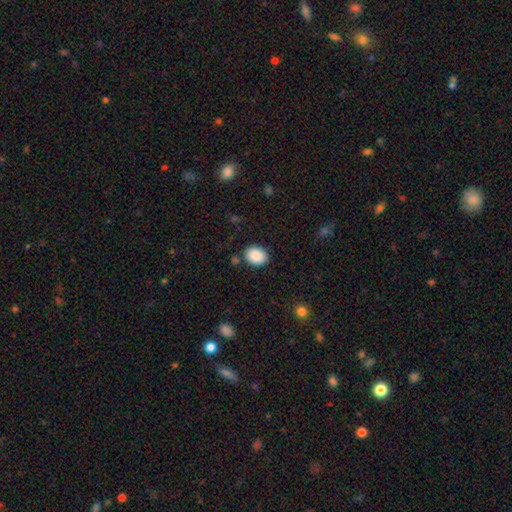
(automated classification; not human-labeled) Smooth or featured? smooth (89%)
How rounded? in between (61%)
Merging? none (83%)